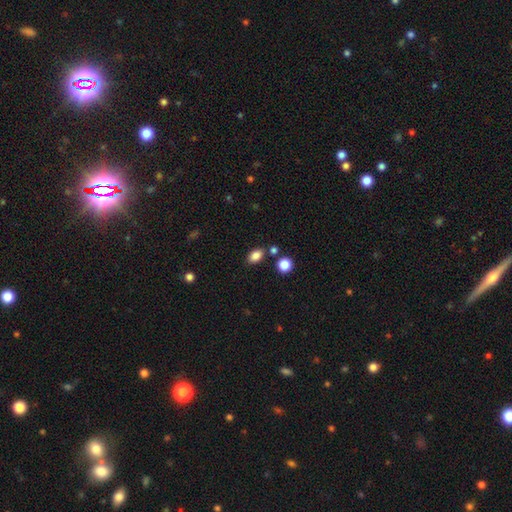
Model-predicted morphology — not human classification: Smooth or featured? Predicted: smooth (p=0.85). How rounded? Predicted: in between (p=0.83). Merging? Predicted: none (p=0.79).